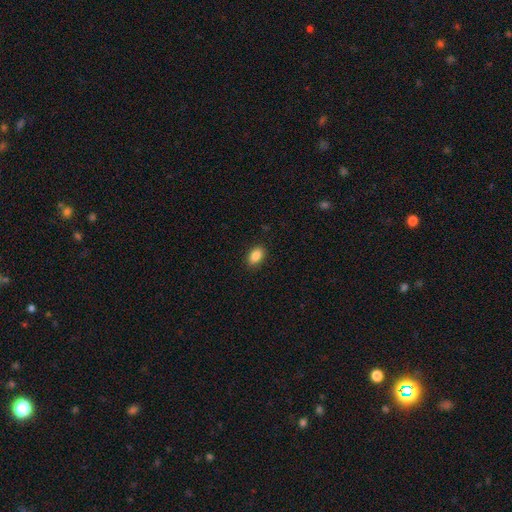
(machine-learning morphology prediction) smooth_or_featured: smooth (p=0.88) [alt: star or artifact p=0.08]
how_rounded: in between (p=0.87) [alt: round p=0.12]
merging: none (p=0.89) [alt: minor disturbance p=0.08]